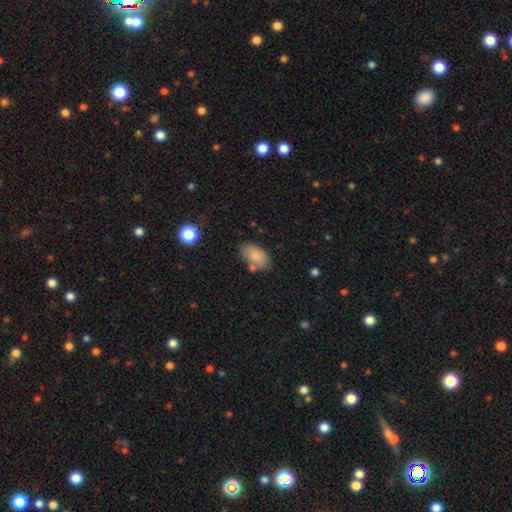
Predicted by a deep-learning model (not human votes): This appears to be a smooth galaxy with no disk features (84%) that is in between round and cigar-shaped (93%). Merging: none (69%).